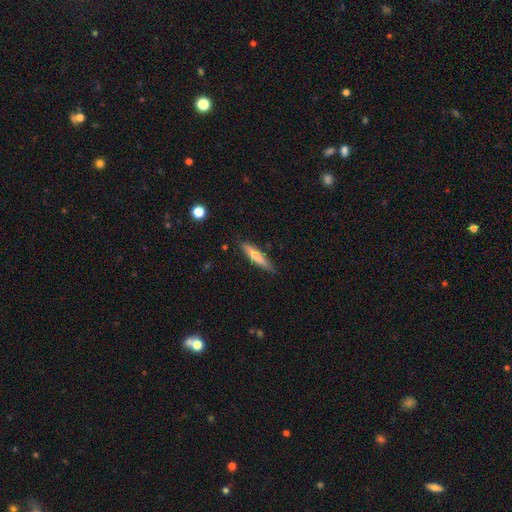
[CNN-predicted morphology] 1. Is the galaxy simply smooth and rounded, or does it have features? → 68% smooth, 26% featured or disk, 6% star or artifact.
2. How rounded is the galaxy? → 88% cigar-shaped, 11% in between, 1% round.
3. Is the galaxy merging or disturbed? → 84% none, 12% minor disturbance, 2% major disturbance, 2% merger.